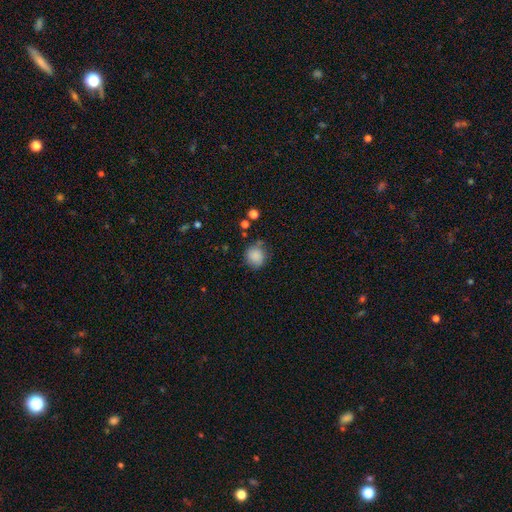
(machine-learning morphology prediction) Smooth or featured? smooth (84%)
How rounded? round (83%)
Merging? none (69%)